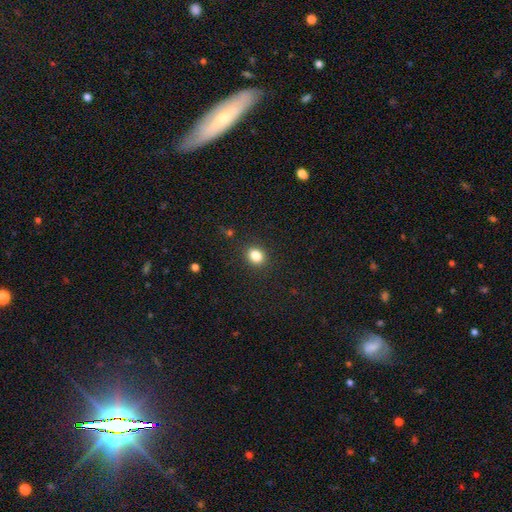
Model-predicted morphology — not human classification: The model was most divided on "how rounded": round: 60%, in between: 39%, cigar-shaped: 1%. More confident: merging — none (89%); smooth or featured — smooth (84%).